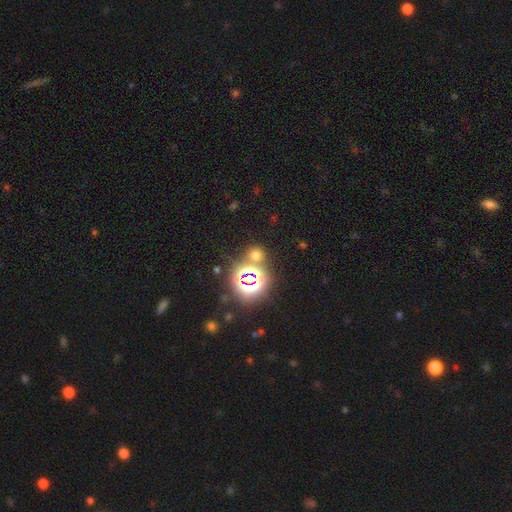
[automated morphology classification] A smooth galaxy with no disk features (51%) that is round (85%).

Vote fractions:
- Smooth or featured? smooth: 51% / star or artifact: 43% / featured or disk: 7%
- How rounded? round: 85% / in between: 14% / cigar-shaped: 1%
- Merging? none: 74% / merger: 14% / minor disturbance: 8% / major disturbance: 4%